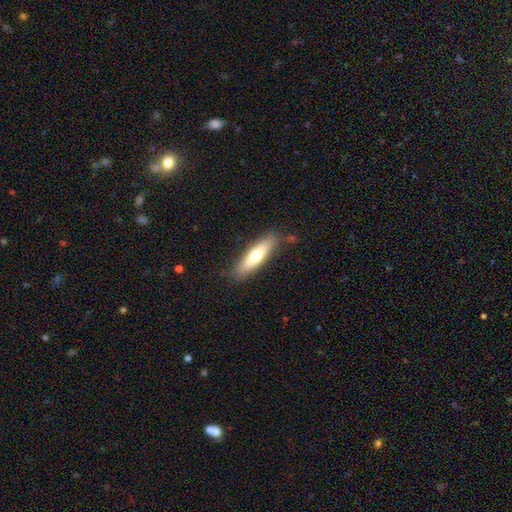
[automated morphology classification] A smooth galaxy with no disk features (64%) that is cigar-shaped (69%).

Vote fractions:
- Smooth or featured? smooth: 64% / featured or disk: 30% / star or artifact: 6%
- How rounded? cigar-shaped: 69% / in between: 29% / round: 2%
- Merging? none: 85% / minor disturbance: 11% / major disturbance: 2% / merger: 2%